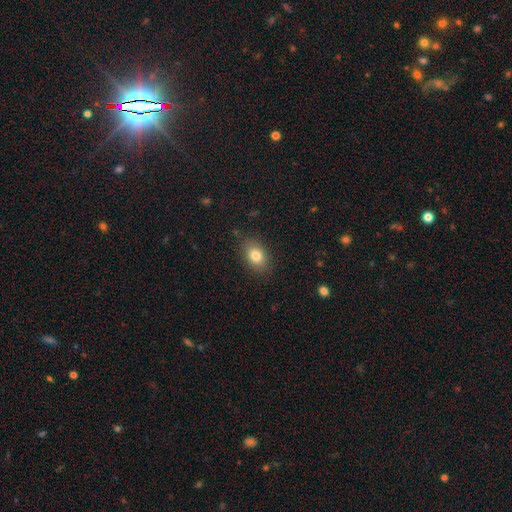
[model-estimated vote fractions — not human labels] Smooth or featured? smooth (81%)
How rounded? in between (78%)
Merging? none (83%)